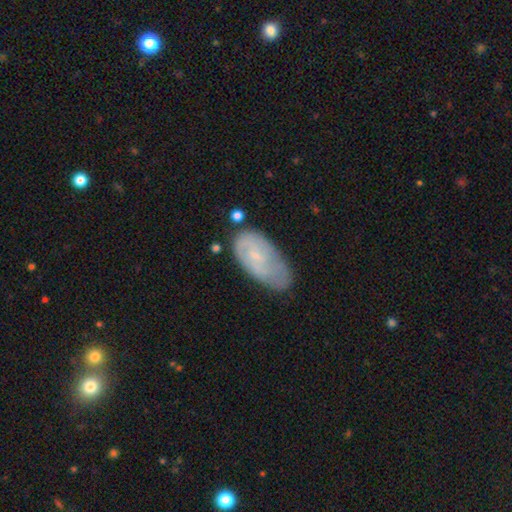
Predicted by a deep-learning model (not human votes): Smooth or featured? featured or disk (50%)
Edge-on disk? no (93%)
Merging? none (47%)